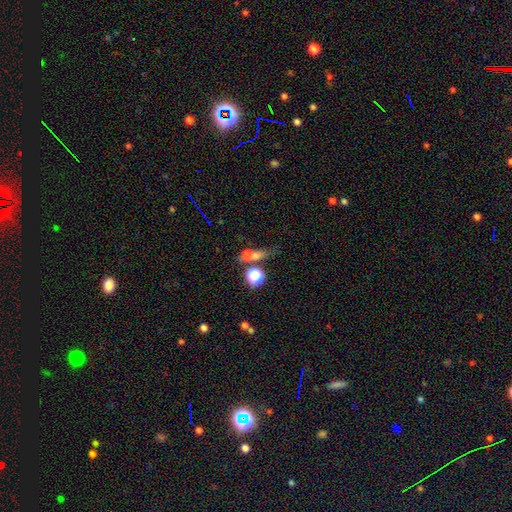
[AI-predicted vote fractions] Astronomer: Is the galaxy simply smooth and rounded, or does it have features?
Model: smooth — 60%.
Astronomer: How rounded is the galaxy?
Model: round — 48% (runner-up: in between, 32%).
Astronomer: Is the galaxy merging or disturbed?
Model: none — 39% (runner-up: merger, 36%).